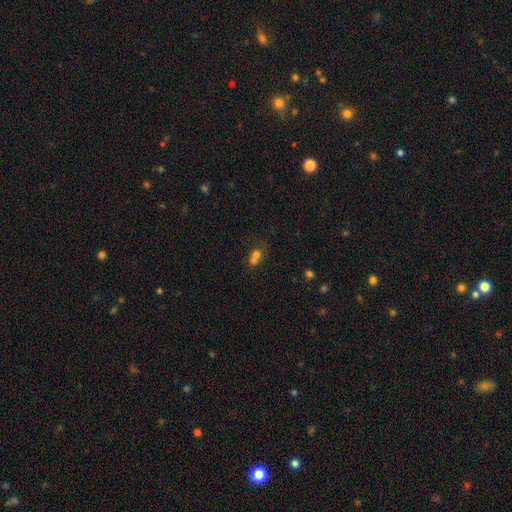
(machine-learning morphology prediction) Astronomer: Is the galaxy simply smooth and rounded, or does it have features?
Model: smooth — 66%.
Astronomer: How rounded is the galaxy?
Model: round — 68%.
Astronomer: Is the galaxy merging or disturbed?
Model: merger — 66%.